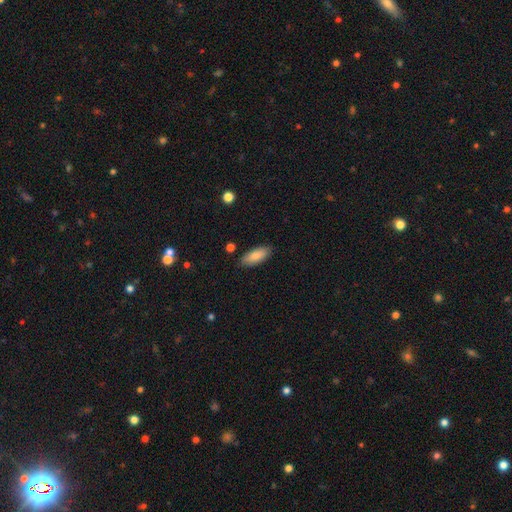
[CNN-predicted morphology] This appears to be a smooth galaxy with no disk features (85%) that is in between round and cigar-shaped (82%). Merging: none (87%).